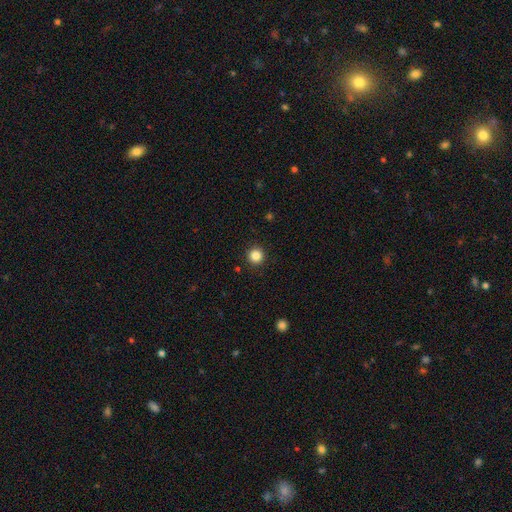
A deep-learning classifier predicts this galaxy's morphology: Overall: smooth (85%). How rounded: round (96%). Merging: none (93%).